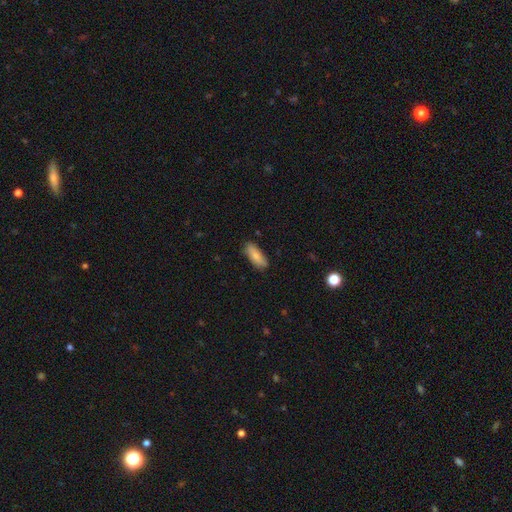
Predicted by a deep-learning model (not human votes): smooth-or-featured: smooth: 81% | featured or disk: 13% | star or artifact: 6%
  how-rounded: in between: 65% | cigar-shaped: 33% | round: 2%
  merging: none: 82% | minor disturbance: 15% | major disturbance: 2% | merger: 1%